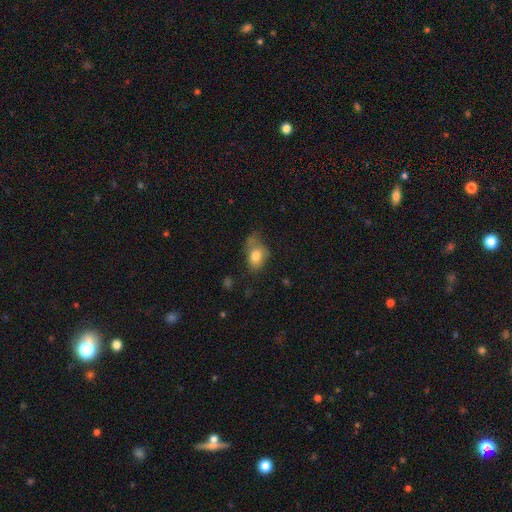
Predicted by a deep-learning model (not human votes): A smooth galaxy with no disk features (76%) that is in between round and cigar-shaped (75%).

Vote fractions:
- Smooth or featured? smooth: 76% / featured or disk: 15% / star or artifact: 9%
- How rounded? in between: 75% / round: 23% / cigar-shaped: 2%
- Merging? minor disturbance: 36% / none: 35% / major disturbance: 23% / merger: 5%